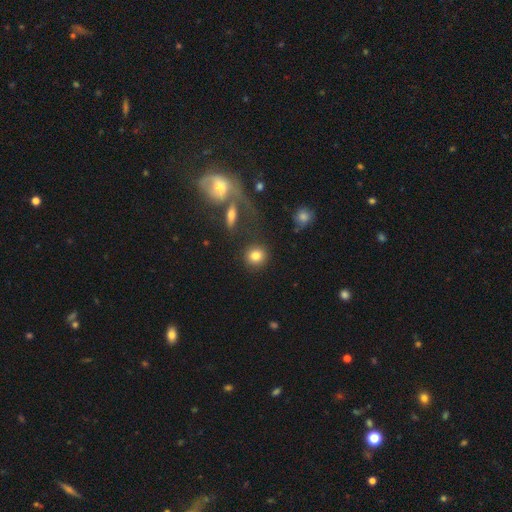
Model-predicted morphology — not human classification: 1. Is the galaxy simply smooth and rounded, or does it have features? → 81% smooth, 10% star or artifact, 9% featured or disk.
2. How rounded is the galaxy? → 89% round, 10% in between, 1% cigar-shaped.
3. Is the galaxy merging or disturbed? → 83% none, 8% minor disturbance, 6% merger, 4% major disturbance.